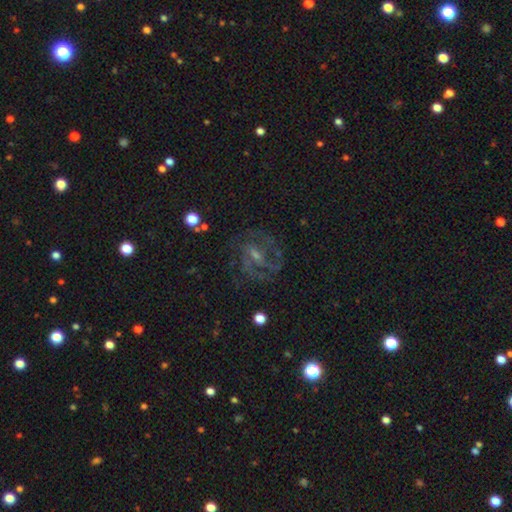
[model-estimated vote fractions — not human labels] smooth_or_featured: featured or disk (p=0.76) [alt: star or artifact p=0.13]
disk_edge_on: no (p=0.96) [alt: yes p=0.04]
bar: weak (p=0.49) [alt: strong p=0.26]
has_spiral_arms: yes (p=0.89) [alt: no p=0.11]
spiral_winding: medium (p=0.49) [alt: tight p=0.35]
spiral_arm_count: 2 (p=0.37) [alt: can't tell p=0.26]
bulge_size: small (p=0.52) [alt: moderate p=0.31]
merging: none (p=0.66) [alt: major disturbance p=0.16]